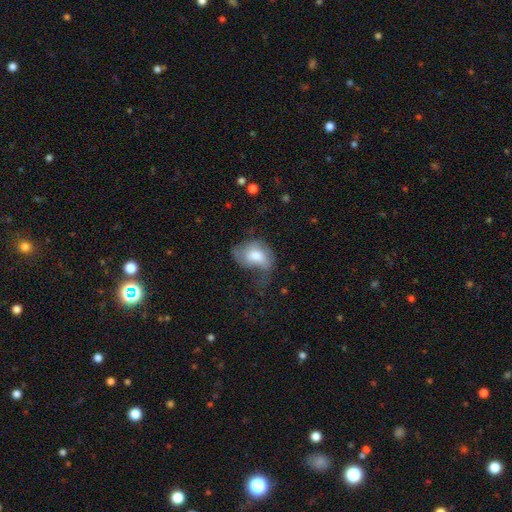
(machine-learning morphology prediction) type=smooth (64%); roundness=in between (76%); merging=major disturbance (44%).